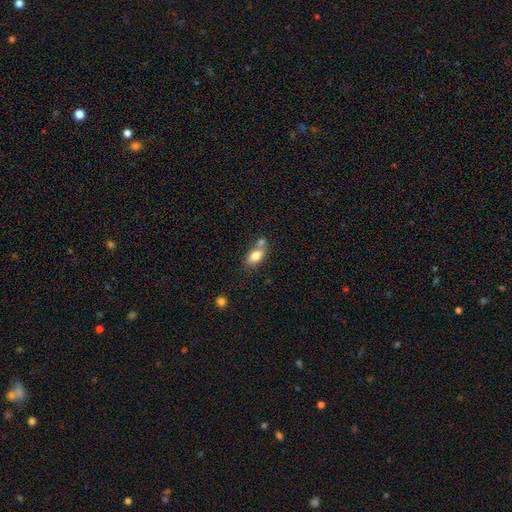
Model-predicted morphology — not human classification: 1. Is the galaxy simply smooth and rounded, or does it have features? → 78% smooth, 14% featured or disk, 8% star or artifact.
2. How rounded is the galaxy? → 85% in between, 9% round, 6% cigar-shaped.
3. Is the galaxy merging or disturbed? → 43% none, 38% merger, 14% minor disturbance, 5% major disturbance.